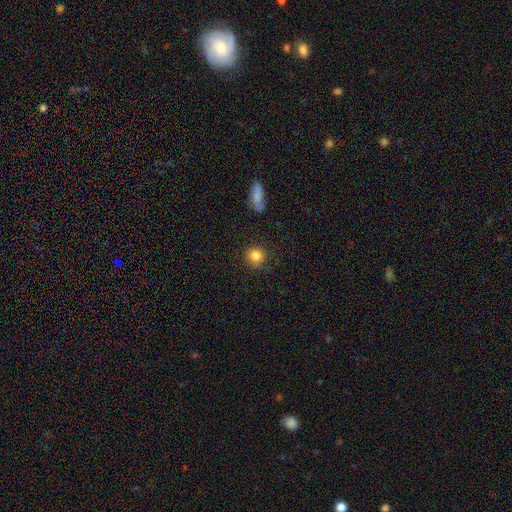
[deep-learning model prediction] Smooth or featured?
  - smooth: 84% *
  - star or artifact: 10%
  - featured or disk: 6%
How rounded?
  - round: 91% *
  - in between: 8%
  - cigar-shaped: 1%
Merging?
  - none: 86% *
  - minor disturbance: 9%
  - major disturbance: 3%
  - merger: 2%